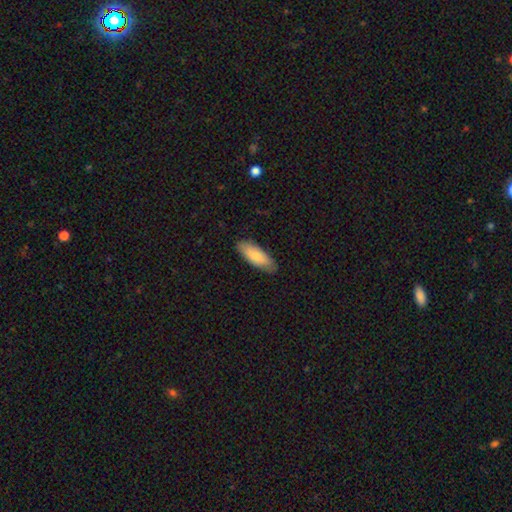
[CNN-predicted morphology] The model was most divided on "how rounded": in between: 70%, cigar-shaped: 28%, round: 2%. More confident: merging — none (84%); smooth or featured — smooth (79%).